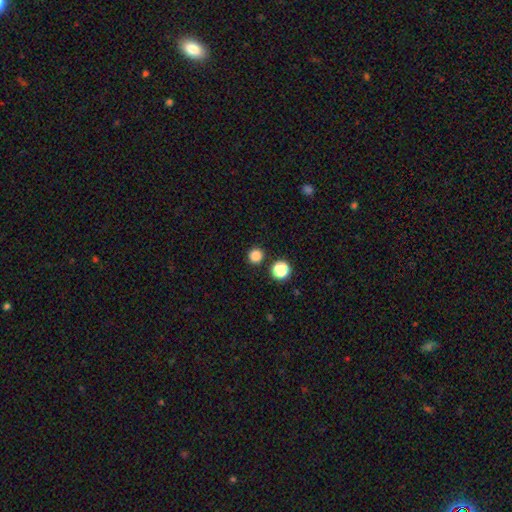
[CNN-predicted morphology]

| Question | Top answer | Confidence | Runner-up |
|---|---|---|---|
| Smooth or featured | smooth | 83% | star or artifact (14%) |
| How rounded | round | 95% | in between (4%) |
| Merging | none | 89% | minor disturbance (5%) |